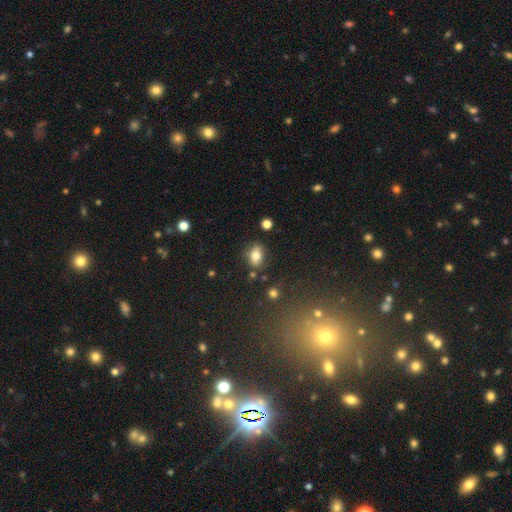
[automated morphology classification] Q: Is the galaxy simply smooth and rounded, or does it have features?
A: smooth — 75%.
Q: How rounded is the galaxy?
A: in between — 78%.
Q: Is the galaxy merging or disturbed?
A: none — 71%.